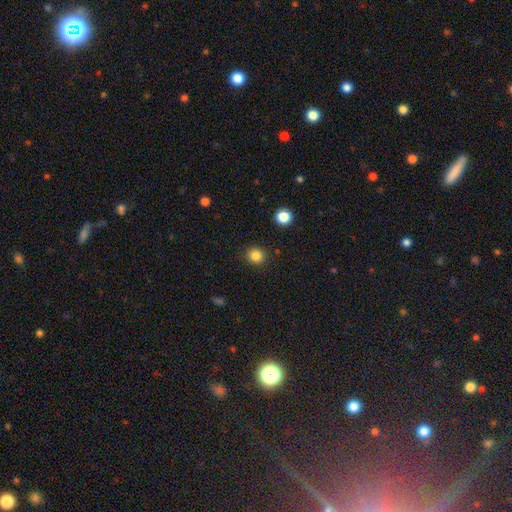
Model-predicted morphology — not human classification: This is clearly a smooth galaxy (84%). How rounded: clearly round (87%). Merging: clearly none (89%).